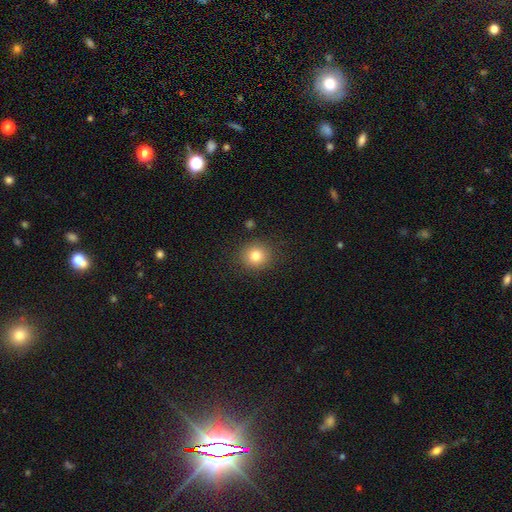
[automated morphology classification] Smooth or featured?
  - smooth: 81% *
  - star or artifact: 12%
  - featured or disk: 7%
How rounded?
  - round: 87% *
  - in between: 12%
  - cigar-shaped: 1%
Merging?
  - none: 88% *
  - minor disturbance: 8%
  - major disturbance: 3%
  - merger: 2%